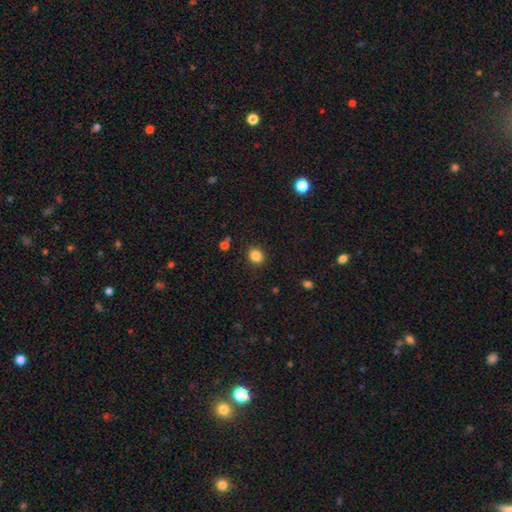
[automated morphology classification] The model was most divided on "how rounded": round: 58%, in between: 41%, cigar-shaped: 1%. More confident: merging — none (88%); smooth or featured — smooth (85%).